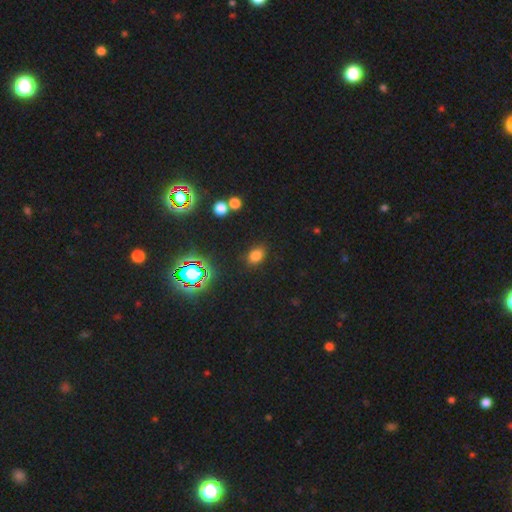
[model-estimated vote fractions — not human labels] Smooth or featured?
  - smooth: 73% *
  - star or artifact: 21%
  - featured or disk: 6%
How rounded?
  - in between: 69% *
  - round: 29%
  - cigar-shaped: 2%
Merging?
  - none: 84% *
  - minor disturbance: 11%
  - major disturbance: 3%
  - merger: 3%